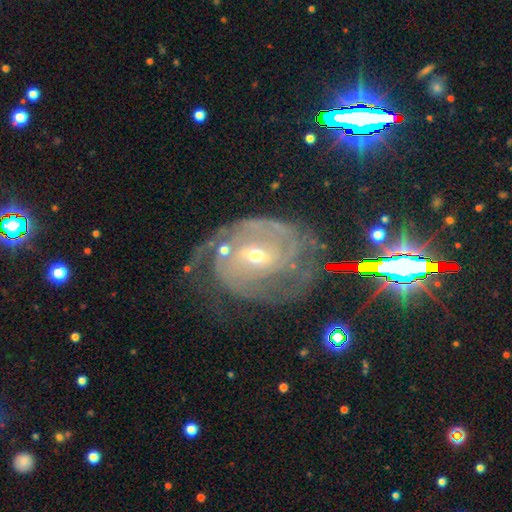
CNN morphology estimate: A featured or disk galaxy (89%) with a weak bar (49%), 2 (61%) tight (49%) spiral arms (95%) and a small central bulge (56%).

Vote fractions:
- Smooth or featured? featured or disk: 89% / smooth: 6% / star or artifact: 6%
- Edge-on disk? no: 97% / yes: 3%
- Bar? weak: 49% / no: 29% / strong: 22%
- Spiral arms? yes: 95% / no: 5%
- Spiral winding? tight: 49% / medium: 39% / loose: 12%
- Spiral arm count? 2: 61% / can't tell: 16% / 3: 11% / 1: 5% / 4: 4% / more than 4: 4%
- Bulge size? small: 56% / moderate: 40% / large: 2% / none: 1% / dominant: 1%
- Merging? none: 57% / minor disturbance: 21% / major disturbance: 18% / merger: 4%